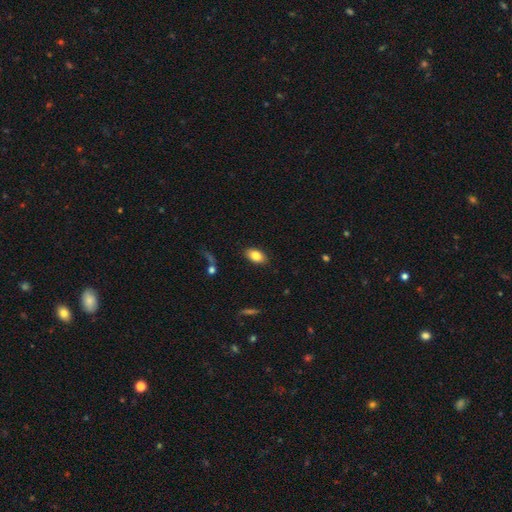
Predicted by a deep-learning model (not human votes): The model was most divided on "smooth or featured": smooth: 83%, featured or disk: 9%, star or artifact: 8%. More confident: how rounded — in between (92%); merging — none (87%).